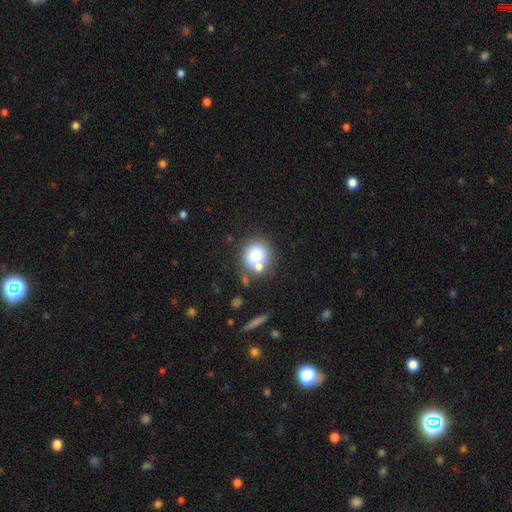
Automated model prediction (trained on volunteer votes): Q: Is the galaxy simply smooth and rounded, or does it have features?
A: smooth — 70%.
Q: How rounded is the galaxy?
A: round — 86%.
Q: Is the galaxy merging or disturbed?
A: none — 51%.